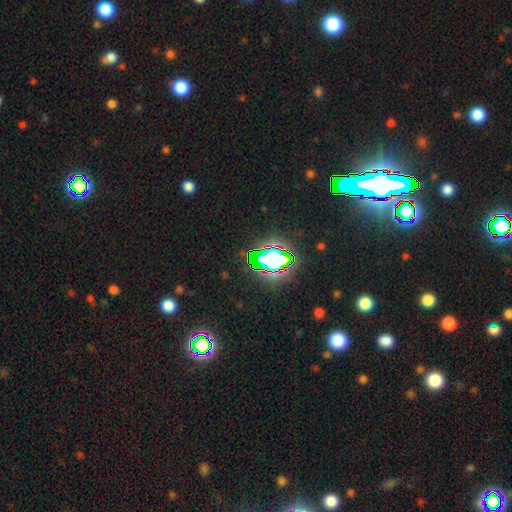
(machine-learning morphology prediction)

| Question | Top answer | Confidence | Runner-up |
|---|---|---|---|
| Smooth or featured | star or artifact | 83% | smooth (10%) |